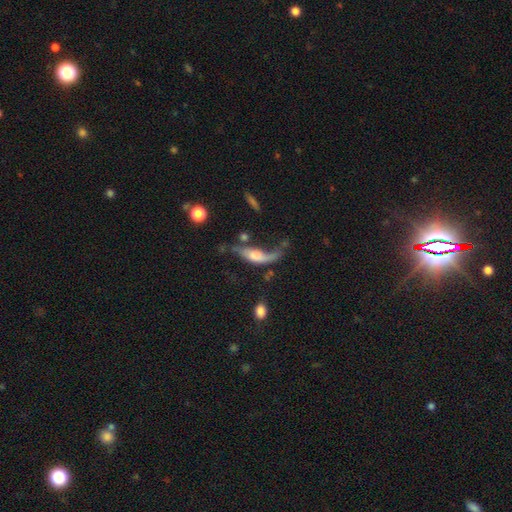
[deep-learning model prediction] The model was most divided on "merging": major disturbance: 37%, none: 28%, minor disturbance: 21%, merger: 14%. More confident: edge-on disk — no (75%); smooth or featured — featured or disk (56%).